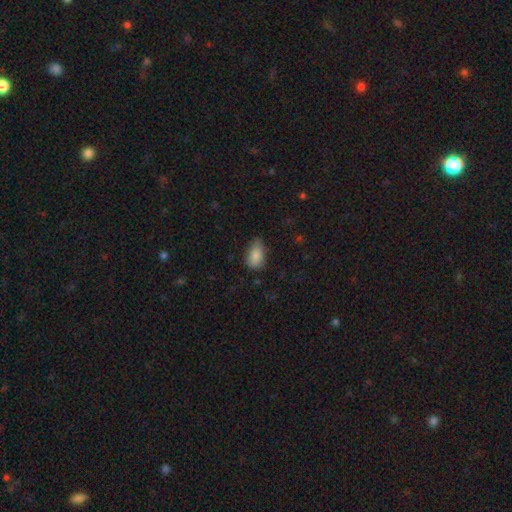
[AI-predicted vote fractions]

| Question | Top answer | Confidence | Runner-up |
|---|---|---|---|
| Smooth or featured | smooth | 83% | featured or disk (9%) |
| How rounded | in between | 89% | round (8%) |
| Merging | none | 57% | minor disturbance (35%) |